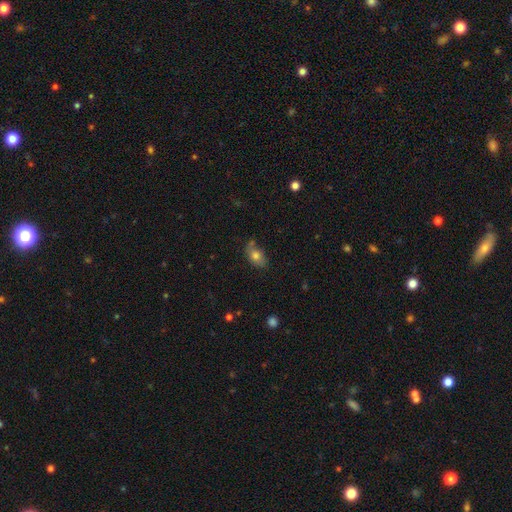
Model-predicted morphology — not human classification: smooth-or-featured: smooth: 75% | featured or disk: 15% | star or artifact: 10%
  how-rounded: in between: 83% | round: 14% | cigar-shaped: 3%
  merging: none: 59% | minor disturbance: 27% | major disturbance: 7% | merger: 7%